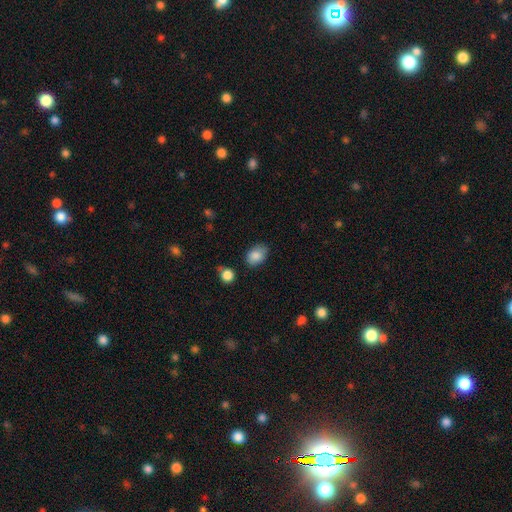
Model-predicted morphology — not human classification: Overall: smooth (86%). How rounded: in between (74%). Merging: none (72%).